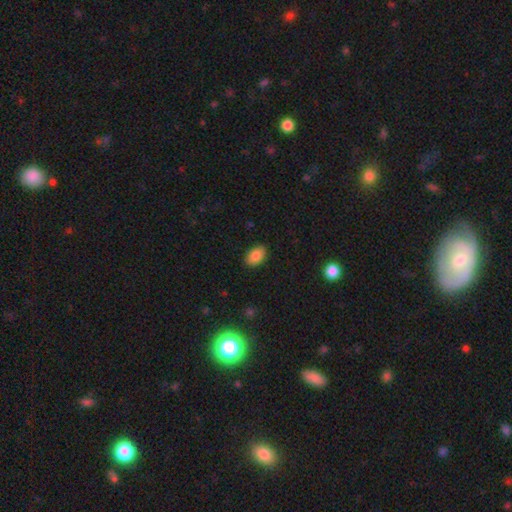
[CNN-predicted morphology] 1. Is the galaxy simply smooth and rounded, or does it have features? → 86% smooth, 8% star or artifact, 6% featured or disk.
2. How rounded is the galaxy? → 89% in between, 10% round, 1% cigar-shaped.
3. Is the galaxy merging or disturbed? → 87% none, 9% minor disturbance, 2% major disturbance, 1% merger.